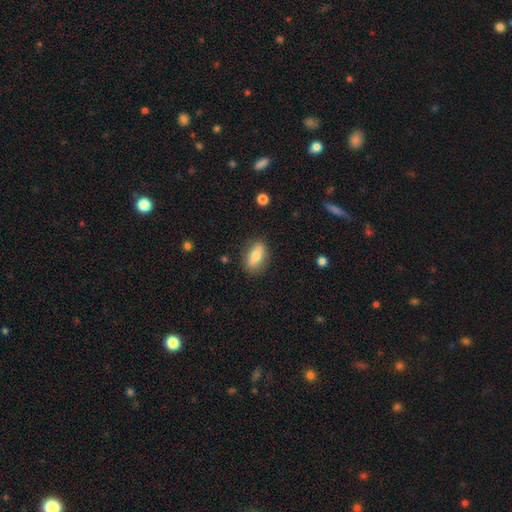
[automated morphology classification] A smooth galaxy with no disk features (73%) that is in between round and cigar-shaped (80%). Merging: none (84%).